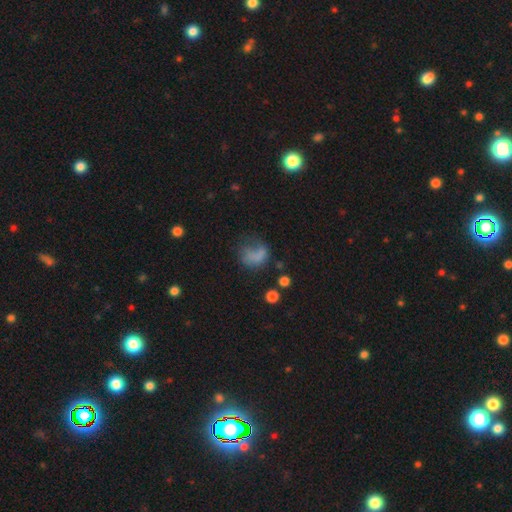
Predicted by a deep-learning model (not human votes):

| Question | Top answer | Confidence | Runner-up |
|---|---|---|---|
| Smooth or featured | smooth | 60% | featured or disk (25%) |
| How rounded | round | 51% | in between (47%) |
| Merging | major disturbance | 40% | none (31%) |